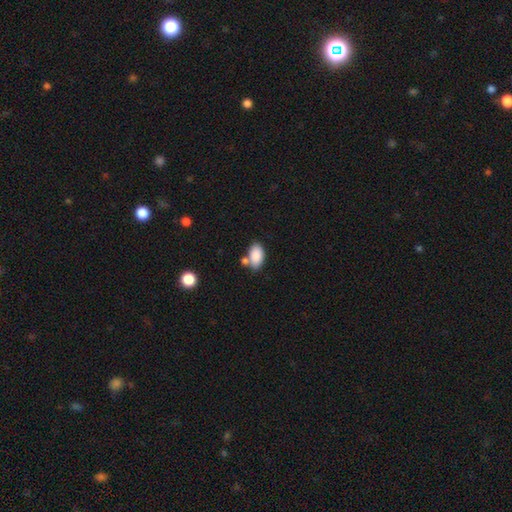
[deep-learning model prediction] smooth-or-featured: smooth: 86% | star or artifact: 7% | featured or disk: 6%
  how-rounded: in between: 93% | round: 5% | cigar-shaped: 2%
  merging: none: 59% | merger: 23% | minor disturbance: 14% | major disturbance: 4%